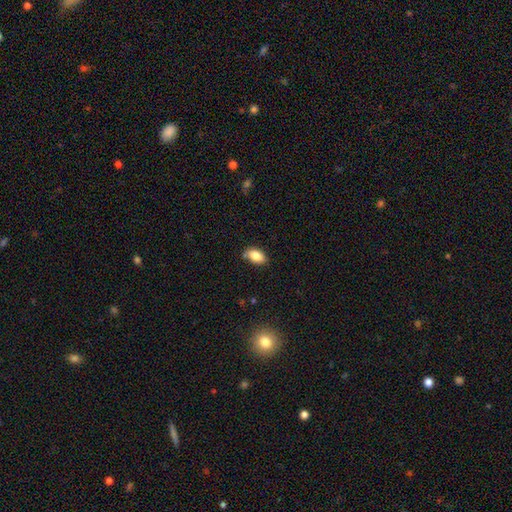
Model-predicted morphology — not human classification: The model was most divided on "merging": none: 74%, minor disturbance: 20%, major disturbance: 3%, merger: 3%. More confident: how rounded — in between (91%); smooth or featured — smooth (82%).